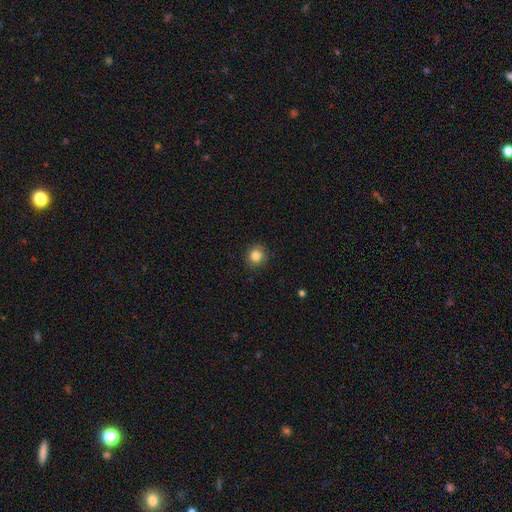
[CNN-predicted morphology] Q: Smooth or featured?
A: smooth (84%); runner-up: star or artifact (11%)
Q: How rounded?
A: round (89%); runner-up: in between (11%)
Q: Merging?
A: none (87%); runner-up: minor disturbance (9%)